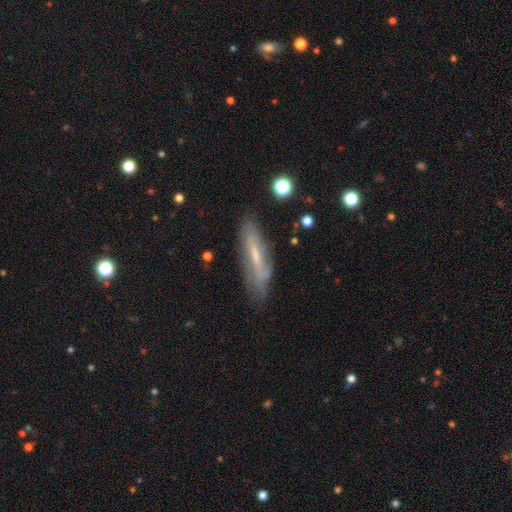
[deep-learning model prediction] smooth_or_featured: featured or disk (p=0.58) [alt: smooth p=0.33]
disk_edge_on: yes (p=0.55) [alt: no p=0.45]
merging: none (p=0.72) [alt: minor disturbance p=0.20]